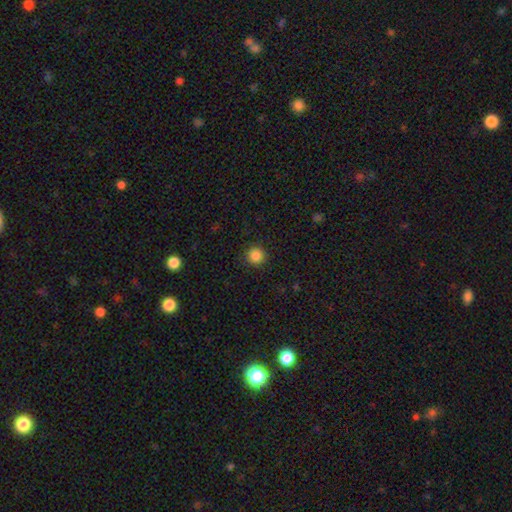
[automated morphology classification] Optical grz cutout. It shows a smooth galaxy with no disk features (86%) that is round (95%). Merging: none (91%).